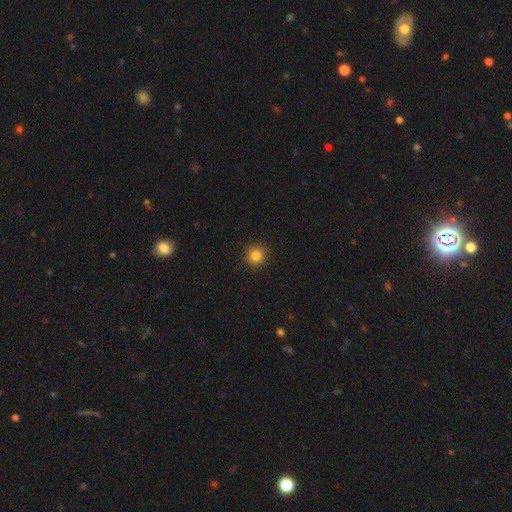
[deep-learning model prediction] Smooth or featured? smooth (83%)
How rounded? round (94%)
Merging? none (92%)